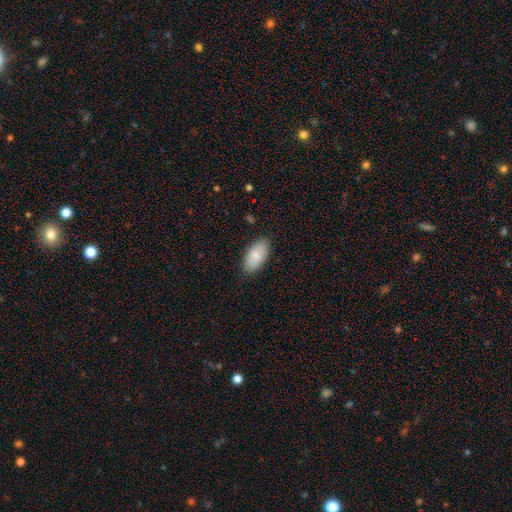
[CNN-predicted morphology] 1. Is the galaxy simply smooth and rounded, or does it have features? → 83% smooth, 11% featured or disk, 6% star or artifact.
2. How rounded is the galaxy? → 93% in between, 4% cigar-shaped, 2% round.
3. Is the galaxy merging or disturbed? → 85% none, 11% minor disturbance, 2% major disturbance, 1% merger.